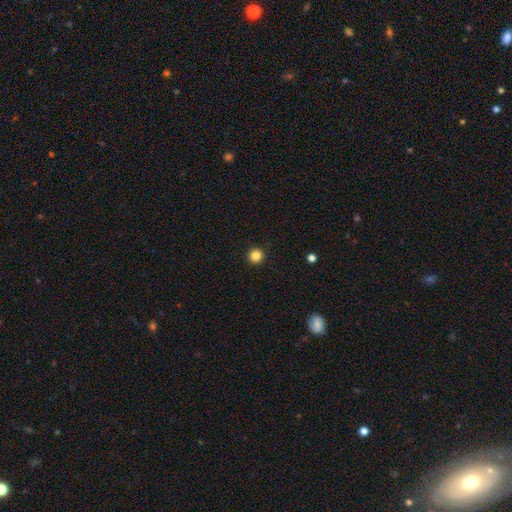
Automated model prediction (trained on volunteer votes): Q: Smooth or featured?
A: smooth (85%); runner-up: star or artifact (11%)
Q: How rounded?
A: round (96%); runner-up: in between (3%)
Q: Merging?
A: none (93%); runner-up: minor disturbance (4%)